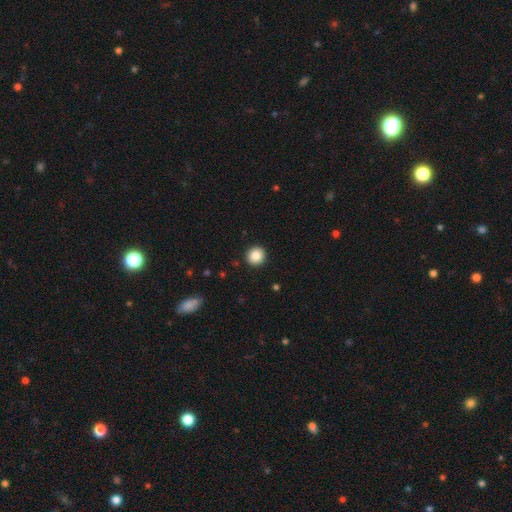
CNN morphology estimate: smooth-or-featured: smooth: 87% | star or artifact: 9% | featured or disk: 4%
  how-rounded: round: 90% | in between: 9% | cigar-shaped: 1%
  merging: none: 93% | minor disturbance: 5% | major disturbance: 2% | merger: 1%